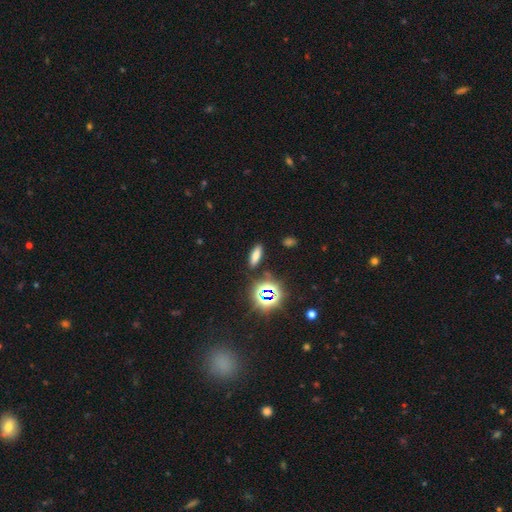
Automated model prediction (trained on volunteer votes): This appears to be a smooth galaxy with no disk features (67%) that is in between round and cigar-shaped (52%). Merging: none (87%).